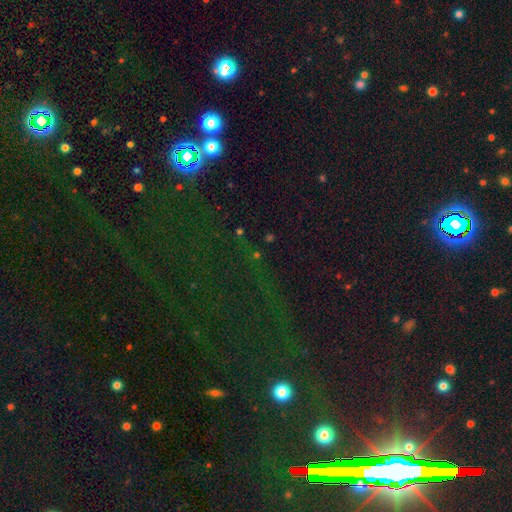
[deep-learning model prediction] This appears to be a star or artifact, not a galaxy (75%).